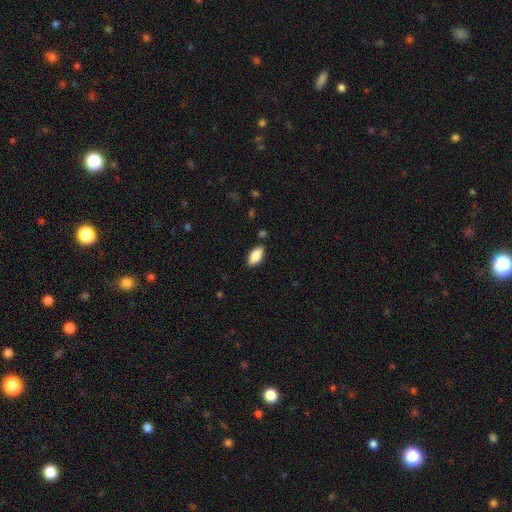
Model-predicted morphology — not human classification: Overall: smooth (86%). How rounded: in between (90%). Merging: none (85%).